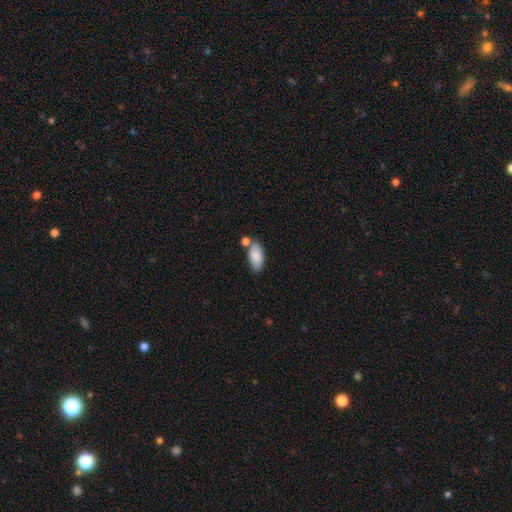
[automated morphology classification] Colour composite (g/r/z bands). It shows a smooth galaxy with no disk features (85%) that is in between round and cigar-shaped (92%). Merging: none (60%).